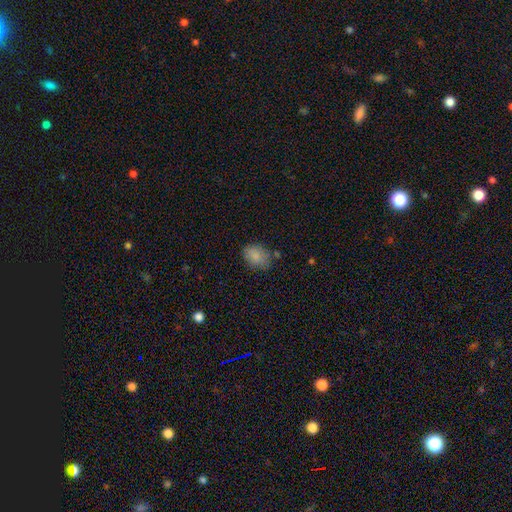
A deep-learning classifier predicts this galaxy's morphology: This is clearly a smooth galaxy (83%). How rounded: likely in between (66%). Merging: likely none (69%).